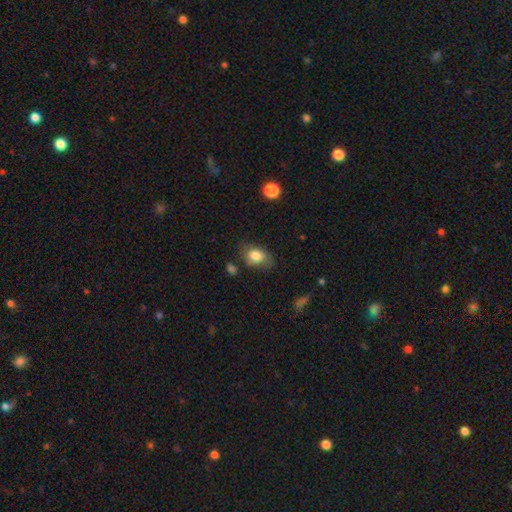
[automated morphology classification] Smooth or featured? Predicted: smooth (p=0.79). How rounded? Predicted: in between (p=0.79). Merging? Predicted: none (p=0.64).